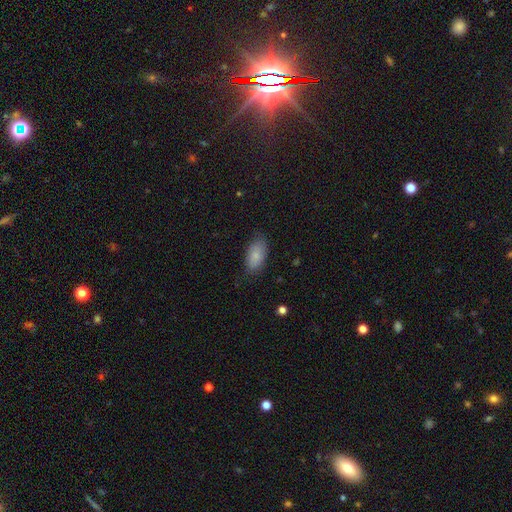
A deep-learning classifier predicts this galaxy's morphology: smooth-or-featured: smooth: 84% | featured or disk: 10% | star or artifact: 7%
  how-rounded: in between: 92% | cigar-shaped: 5% | round: 3%
  merging: none: 76% | minor disturbance: 18% | major disturbance: 4% | merger: 1%